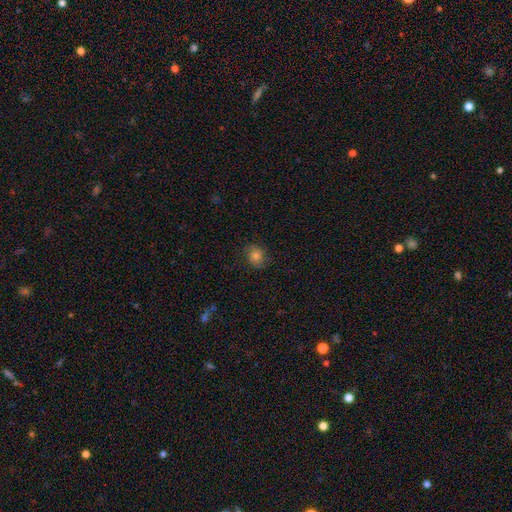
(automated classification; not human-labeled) Smooth or featured: smooth — 78% (star or artifact — 12%)
How rounded: round — 68% (in between — 31%)
Merging: none — 80% (minor disturbance — 15%)